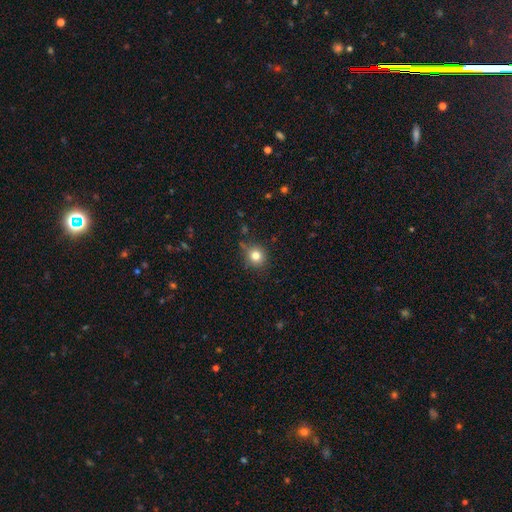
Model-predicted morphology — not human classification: This appears to be a smooth galaxy with no disk features (80%) that is round (89%). Merging: none (80%).